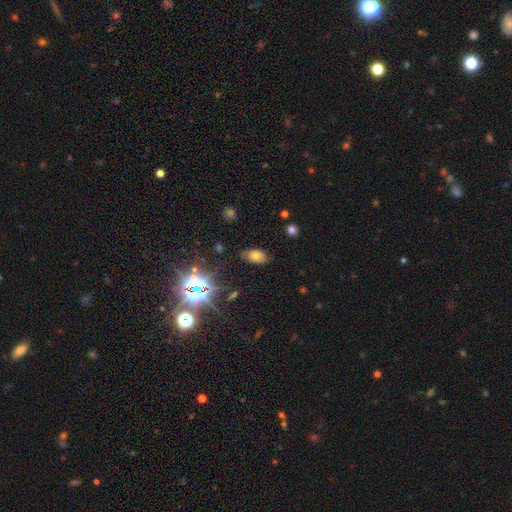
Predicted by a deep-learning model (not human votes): smooth 54%, star or artifact 26%, featured or disk 20%. Down the decision tree: how rounded — in between (91%); merging — none (81%).